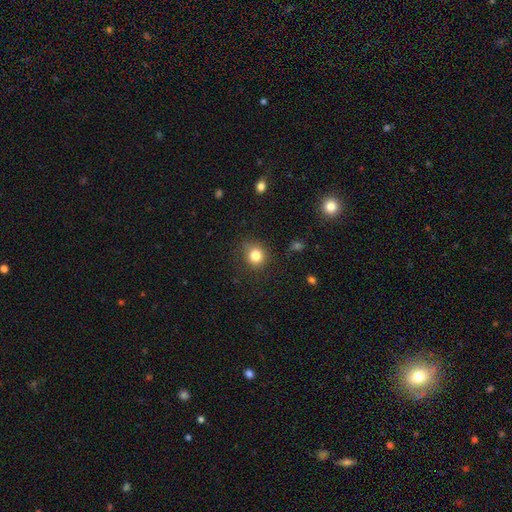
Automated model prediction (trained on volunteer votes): A smooth galaxy with no disk features (83%) that is round (85%).

Vote fractions:
- Smooth or featured? smooth: 83% / star or artifact: 11% / featured or disk: 6%
- How rounded? round: 85% / in between: 14% / cigar-shaped: 1%
- Merging? none: 83% / minor disturbance: 12% / major disturbance: 4% / merger: 1%